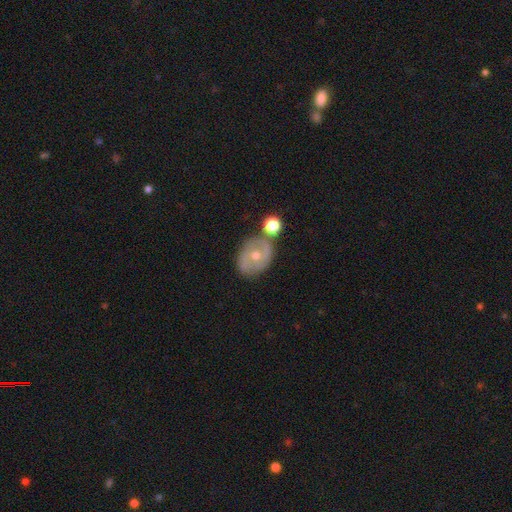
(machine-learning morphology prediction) Smooth or featured? featured or disk (65%)
Edge-on disk? no (96%)
Bar? no (66%)
Spiral arms? yes (68%)
Bulge size? moderate (61%)
Merging? none (64%)